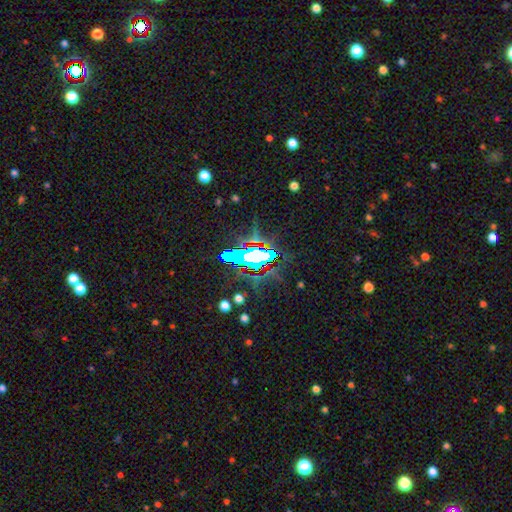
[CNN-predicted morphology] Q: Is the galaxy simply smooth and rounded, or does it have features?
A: star or artifact — 64%.